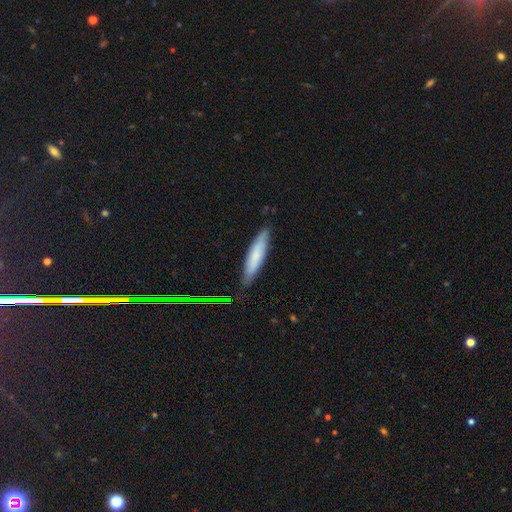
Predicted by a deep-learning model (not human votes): Morphology: type=smooth (72%); roundness=cigar-shaped (85%); merging=none (83%).